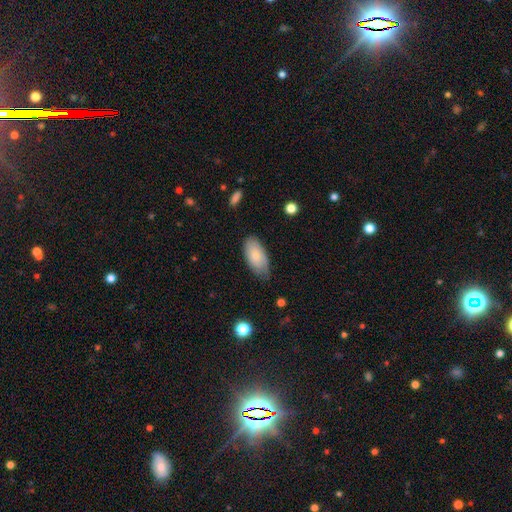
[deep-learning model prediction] This appears to be a smooth galaxy with no disk features (77%) that is in between round and cigar-shaped (93%). Merging: none (64%).